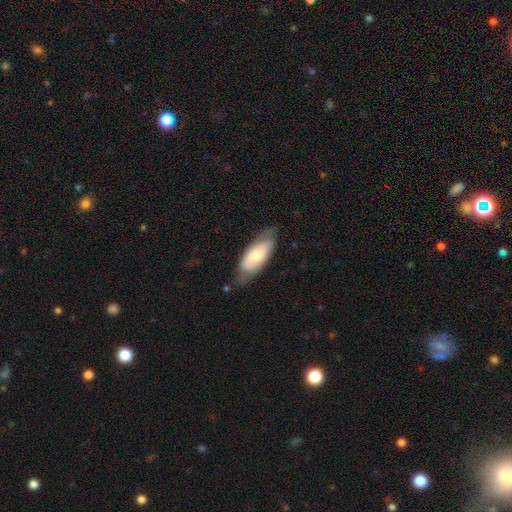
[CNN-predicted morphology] Smooth or featured: smooth — 52% (featured or disk — 42%)
How rounded: in between — 82% (cigar-shaped — 15%)
Merging: none — 66% (minor disturbance — 25%)